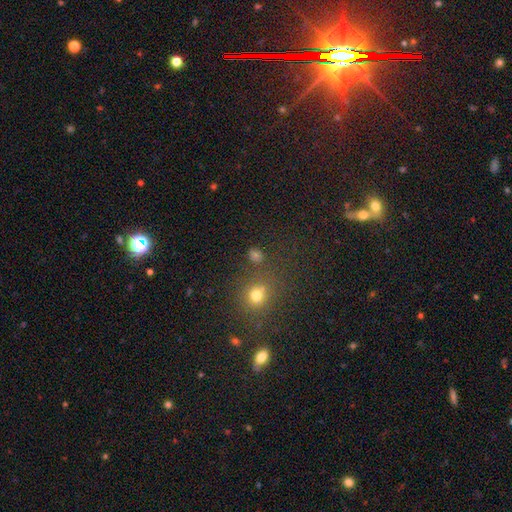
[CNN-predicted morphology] Smooth or featured? Predicted: smooth (p=0.64). How rounded? Predicted: round (p=0.73). Merging? Predicted: none (p=0.70).